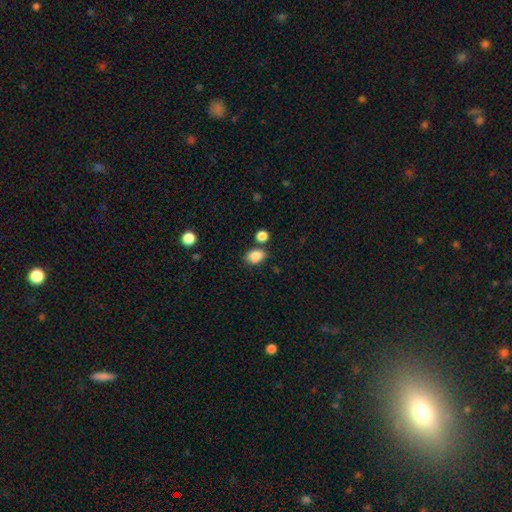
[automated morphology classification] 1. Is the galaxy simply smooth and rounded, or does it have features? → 86% smooth, 9% star or artifact, 4% featured or disk.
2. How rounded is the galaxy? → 74% in between, 25% round, 1% cigar-shaped.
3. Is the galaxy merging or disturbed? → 71% none, 15% minor disturbance, 10% merger, 4% major disturbance.